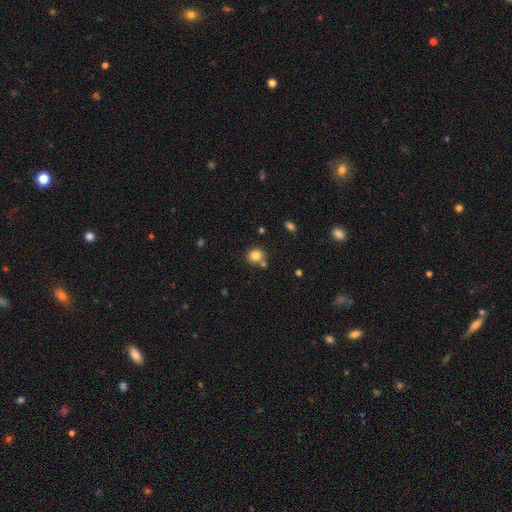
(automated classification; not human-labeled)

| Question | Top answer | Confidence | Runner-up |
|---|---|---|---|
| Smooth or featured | smooth | 82% | star or artifact (12%) |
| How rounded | round | 88% | in between (11%) |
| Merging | none | 69% | merger (18%) |